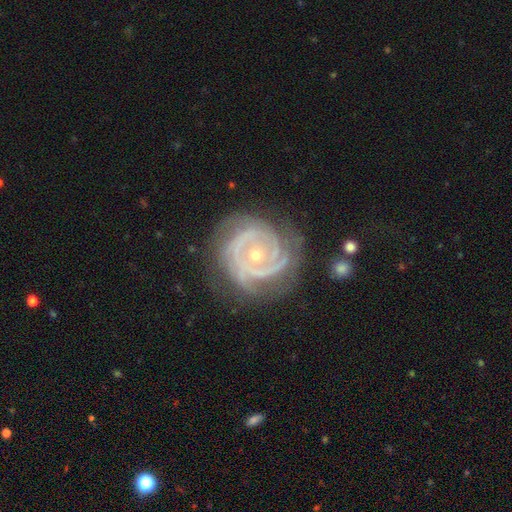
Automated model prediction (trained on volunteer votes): Smooth or featured: featured or disk — 88% (smooth — 6%)
Edge-on disk: no — 97% (yes — 3%)
Bar: no — 76% (weak — 17%)
Spiral arms: yes — 95% (no — 5%)
Spiral winding: tight — 74% (medium — 21%)
Spiral arm count: 3 — 32% (2 — 25%)
Bulge size: small — 64% (moderate — 33%)
Merging: none — 67% (minor disturbance — 20%)